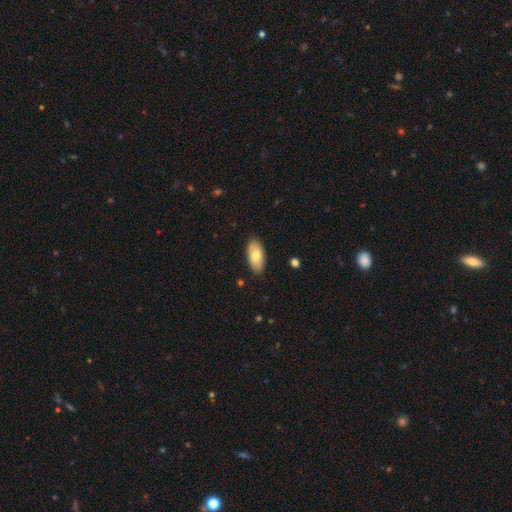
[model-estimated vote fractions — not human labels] Smooth or featured? smooth (75%)
How rounded? in between (92%)
Merging? none (87%)